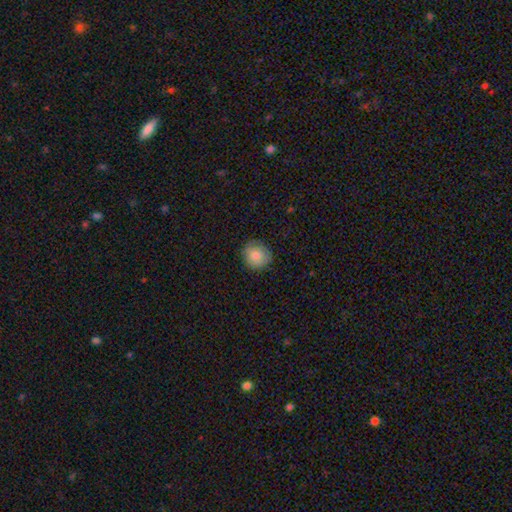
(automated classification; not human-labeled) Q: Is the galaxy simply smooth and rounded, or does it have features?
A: smooth — 83%.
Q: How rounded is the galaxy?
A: round — 86%.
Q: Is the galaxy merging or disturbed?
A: none — 84%.